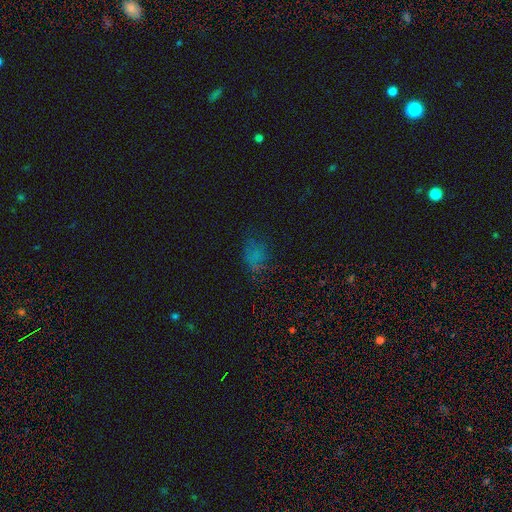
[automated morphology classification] Smooth or featured: smooth — 59% (star or artifact — 28%)
How rounded: in between — 76% (round — 21%)
Merging: none — 61% (minor disturbance — 22%)